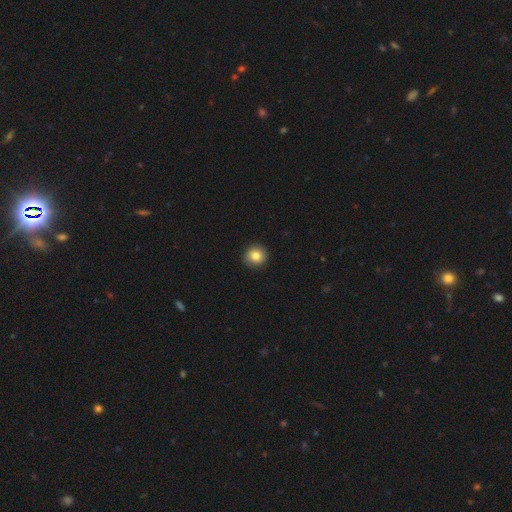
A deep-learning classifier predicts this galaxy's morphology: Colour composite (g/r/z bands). It shows a smooth galaxy with no disk features (82%) that is round (91%). Merging: none (90%).